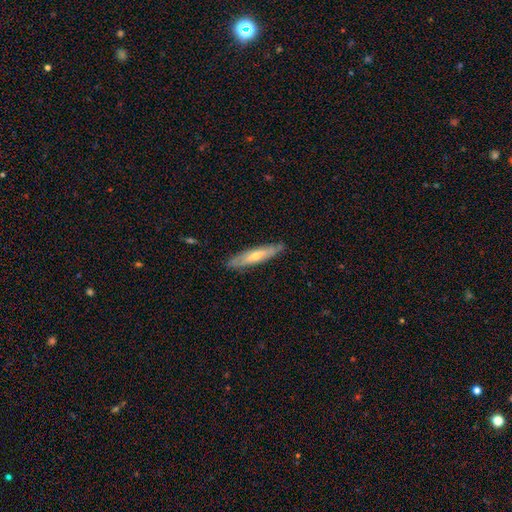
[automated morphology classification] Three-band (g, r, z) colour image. It shows a featured or disk galaxy (48%). Merging: none (84%).